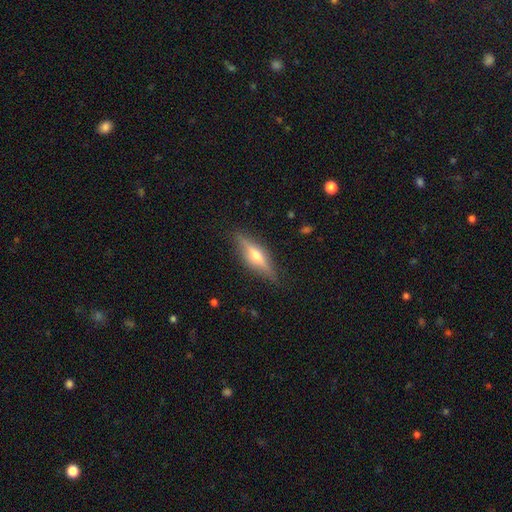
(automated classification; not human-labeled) smooth-or-featured: featured or disk: 65% | smooth: 29% | star or artifact: 7%
  disk-edge-on: yes: 94% | no: 6%
    edge-on-bulge: rounded: 89% | boxy: 7% | none: 4%
  merging: none: 86% | minor disturbance: 10% | major disturbance: 3% | merger: 1%